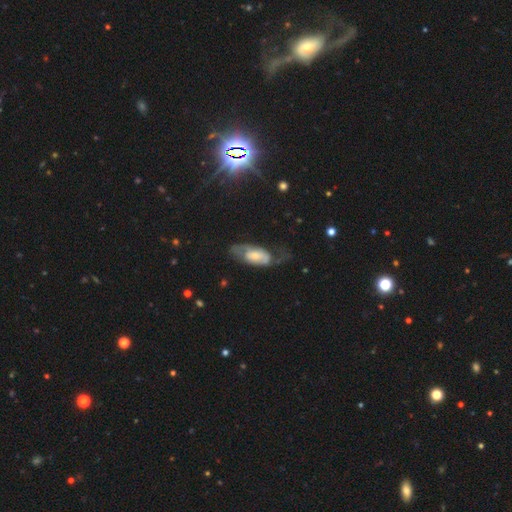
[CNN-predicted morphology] Smooth or featured?
  - featured or disk: 54% *
  - smooth: 39%
  - star or artifact: 7%
Edge-on disk?
  - no: 87% *
  - yes: 13%
Merging?
  - none: 39% *
  - major disturbance: 31%
  - minor disturbance: 27%
  - merger: 3%